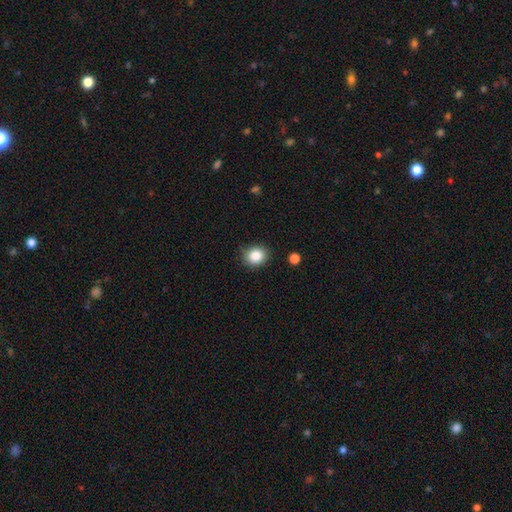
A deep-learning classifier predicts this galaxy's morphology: Smooth or featured: smooth — 86% (star or artifact — 9%)
How rounded: round — 74% (in between — 25%)
Merging: none — 82% (minor disturbance — 13%)